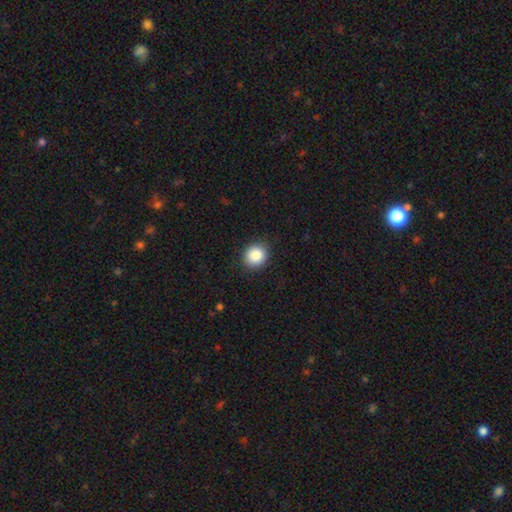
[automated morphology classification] A smooth galaxy with no disk features (88%) that is round (81%). Merging: none (89%).